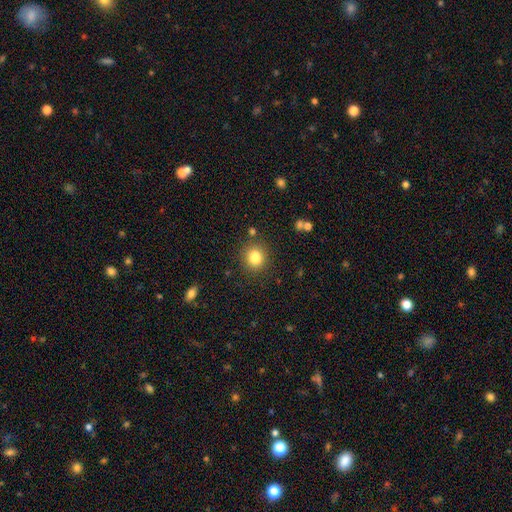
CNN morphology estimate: smooth 83%, star or artifact 11%, featured or disk 6%. Down the decision tree: how rounded — round (80%); merging — none (85%).